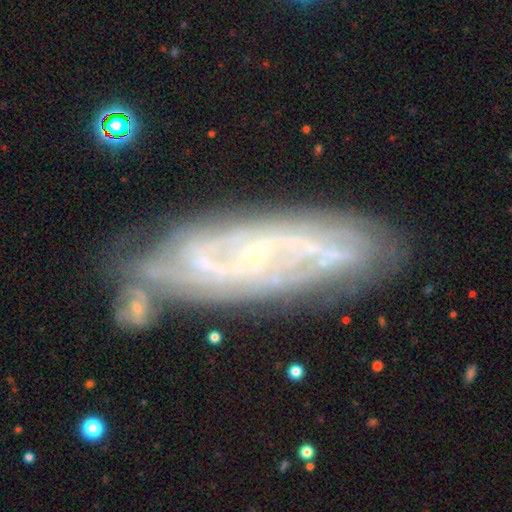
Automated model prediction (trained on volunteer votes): Morphology: type=featured or disk (84%); edge-on=no (85%); bar=no (41%, tied with weak); spiral arms=yes (94%); winding=tight (44%); arm count=2 (47%); bulge=small (81%); merging=none (68%).